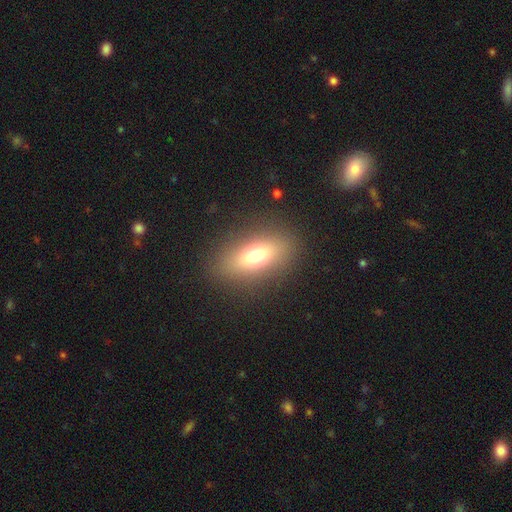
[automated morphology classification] This appears to be a smooth galaxy with no disk features (69%) that is in between round and cigar-shaped (76%). Merging: none (87%).